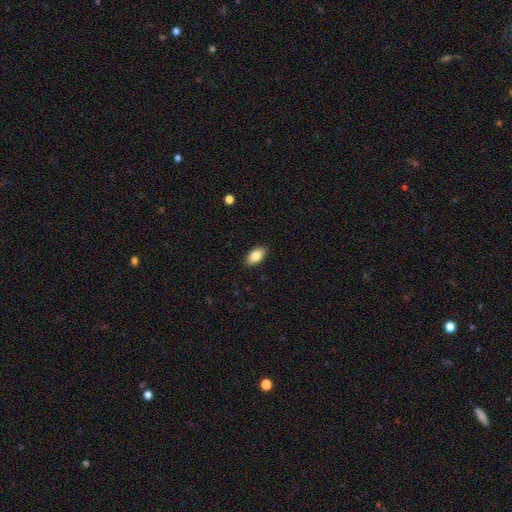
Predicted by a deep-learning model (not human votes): Smooth or featured? Predicted: smooth (p=0.83). How rounded? Predicted: in between (p=0.93). Merging? Predicted: none (p=0.89).